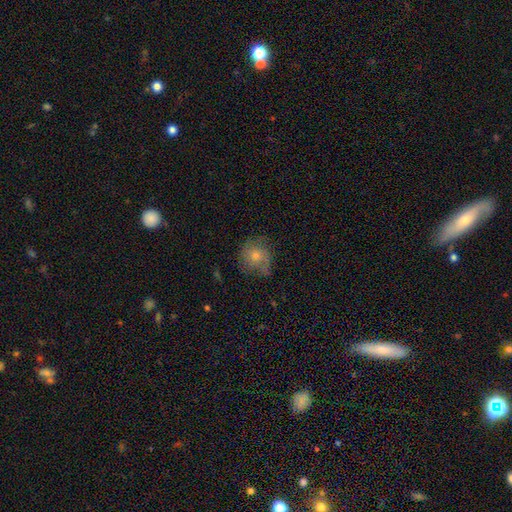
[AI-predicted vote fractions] Smooth or featured? Predicted: featured or disk (p=0.46). Merging? Predicted: none (p=0.65).